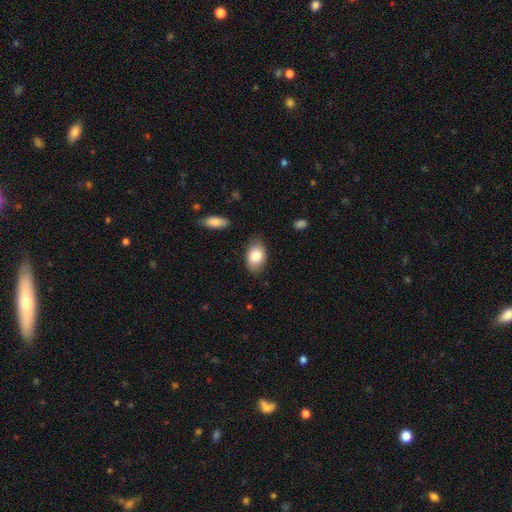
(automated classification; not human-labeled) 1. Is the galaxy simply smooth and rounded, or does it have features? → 81% smooth, 12% featured or disk, 7% star or artifact.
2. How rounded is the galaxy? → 90% in between, 9% round, 2% cigar-shaped.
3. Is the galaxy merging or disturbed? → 78% none, 17% minor disturbance, 3% major disturbance, 2% merger.